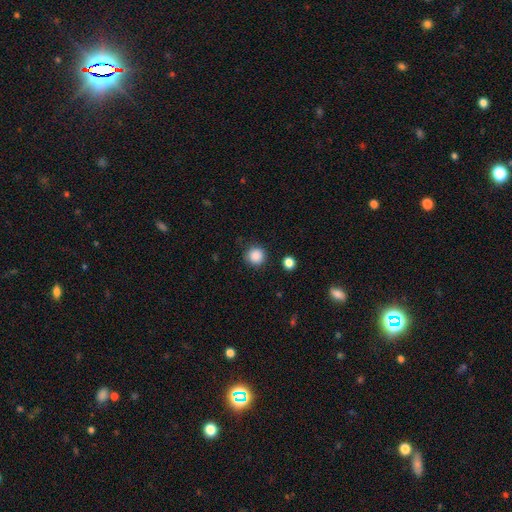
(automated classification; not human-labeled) This is clearly a smooth galaxy (87%). How rounded: clearly round (95%). Merging: clearly none (88%).